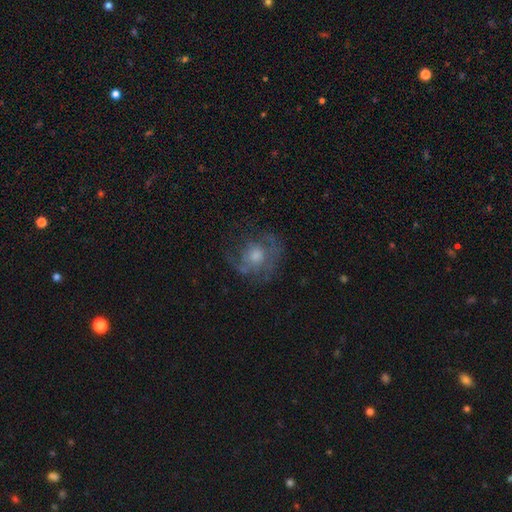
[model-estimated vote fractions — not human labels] This appears to be a featured or disk galaxy (60%) with no bar (82%), spiral arms (68%) and a moderate central bulge (57%). Merging: none (61%).